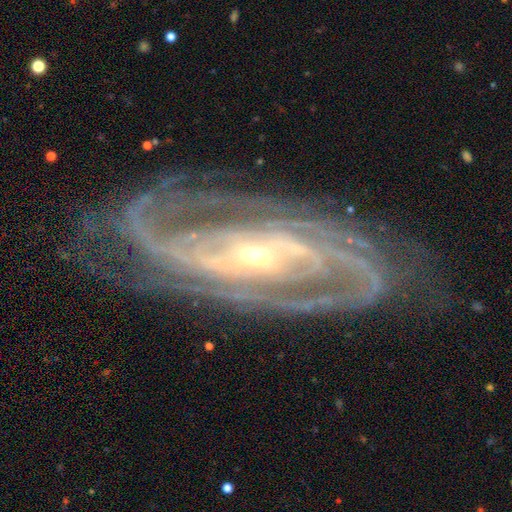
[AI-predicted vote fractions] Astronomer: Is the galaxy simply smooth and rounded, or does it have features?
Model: featured or disk — 91%.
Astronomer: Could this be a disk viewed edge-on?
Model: no — 94%.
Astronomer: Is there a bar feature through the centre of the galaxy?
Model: strong — 37% (runner-up: no, 32%).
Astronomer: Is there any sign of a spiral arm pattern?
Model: yes — 98%.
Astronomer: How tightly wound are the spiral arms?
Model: tight — 53% (runner-up: medium, 39%).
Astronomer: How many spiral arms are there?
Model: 2 — 46%.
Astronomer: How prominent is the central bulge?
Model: small — 70%.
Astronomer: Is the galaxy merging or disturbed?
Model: none — 78%.